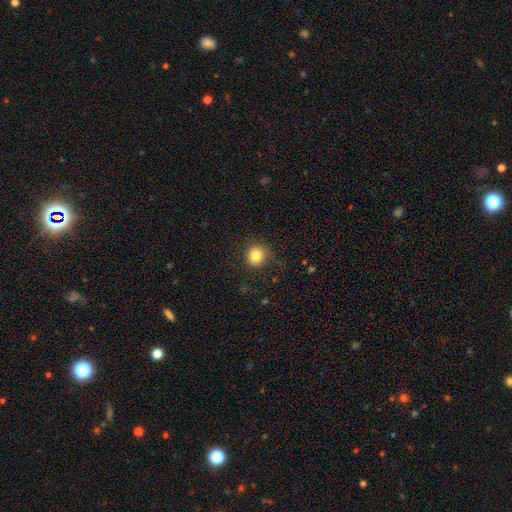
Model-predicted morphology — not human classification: A smooth galaxy with no disk features (82%) that is round (87%).

Vote fractions:
- Smooth or featured? smooth: 82% / star or artifact: 11% / featured or disk: 6%
- How rounded? round: 87% / in between: 13% / cigar-shaped: 1%
- Merging? none: 81% / minor disturbance: 13% / major disturbance: 5% / merger: 1%